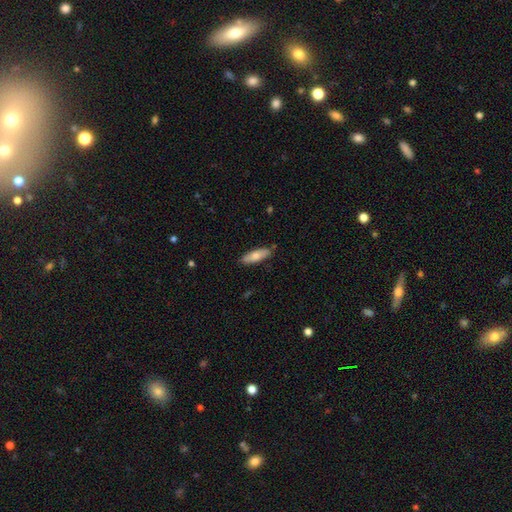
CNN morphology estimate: A smooth galaxy with no disk features (75%) that is in between round and cigar-shaped (51%). Merging: none (86%).